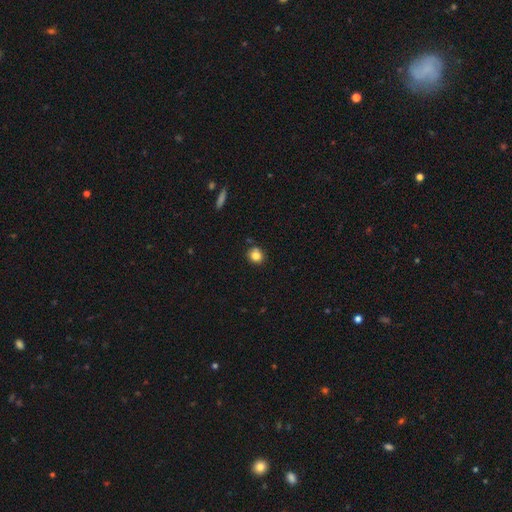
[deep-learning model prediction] Overall: smooth (82%). How rounded: round (84%). Merging: none (80%).